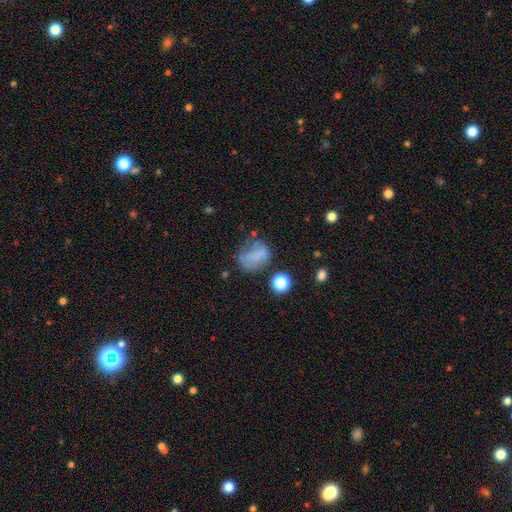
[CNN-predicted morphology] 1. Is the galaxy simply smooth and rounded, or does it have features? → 60% smooth, 25% featured or disk, 15% star or artifact.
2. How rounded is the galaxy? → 49% round (tied), 49% in between (tied), 2% cigar-shaped.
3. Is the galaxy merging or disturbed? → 45% none, 27% minor disturbance, 20% major disturbance, 8% merger.